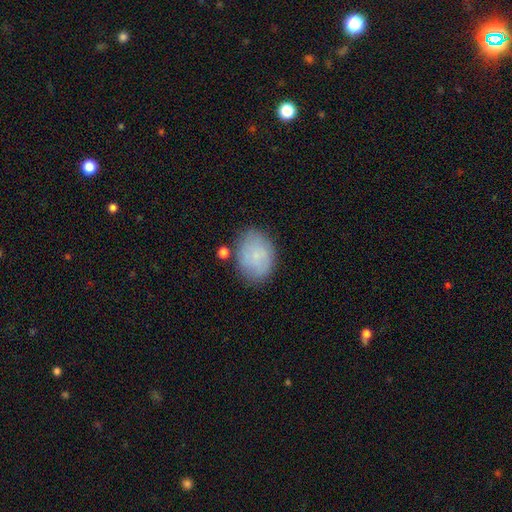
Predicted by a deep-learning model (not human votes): smooth_or_featured: smooth (p=0.63) [alt: featured or disk p=0.28]
how_rounded: in between (p=0.68) [alt: round p=0.31]
merging: none (p=0.71) [alt: minor disturbance p=0.19]